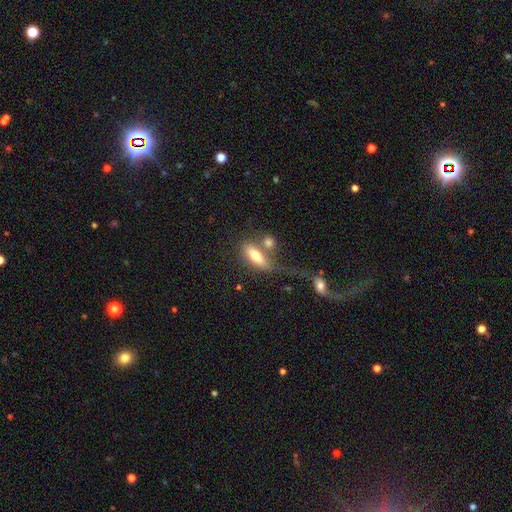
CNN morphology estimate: smooth 68%, featured or disk 24%, star or artifact 8%. Down the decision tree: how rounded — in between (66%); merging — merger (35%).